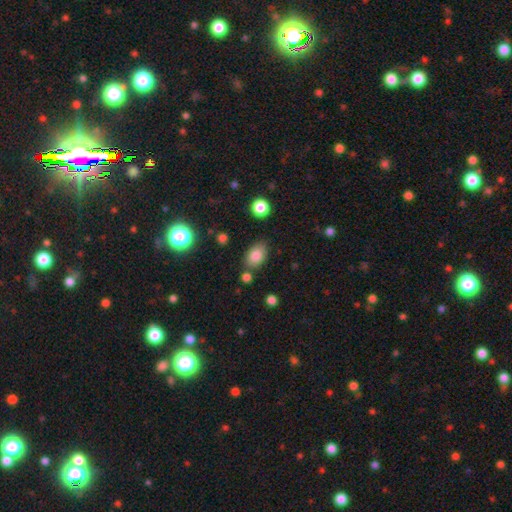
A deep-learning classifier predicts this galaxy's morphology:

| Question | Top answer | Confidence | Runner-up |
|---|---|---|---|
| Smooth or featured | smooth | 82% | star or artifact (10%) |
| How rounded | in between | 84% | round (15%) |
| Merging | none | 74% | minor disturbance (15%) |